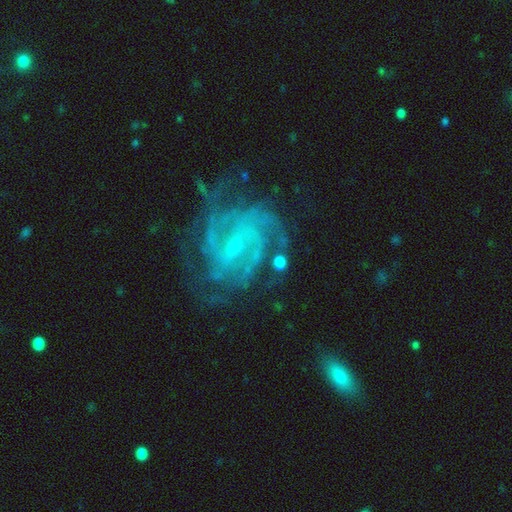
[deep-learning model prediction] Morphology: type=featured or disk (88%); edge-on=no (97%); bar=weak (50%); spiral arms=yes (96%); winding=tight (53%); arm count=3 (25%); bulge=small (73%); merging=none (66%).